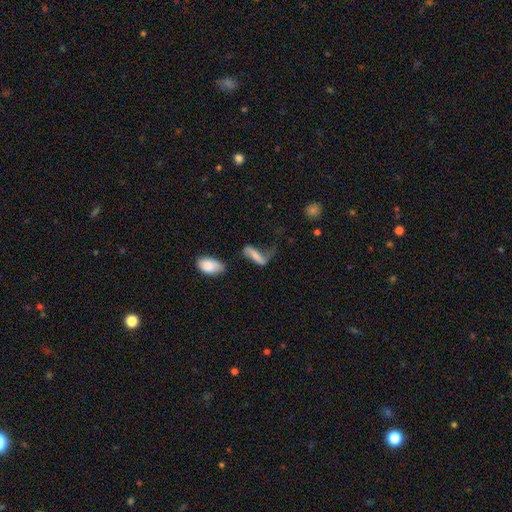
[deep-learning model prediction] Smooth or featured? Predicted: smooth (p=0.48). Merging? Predicted: none (p=0.33).